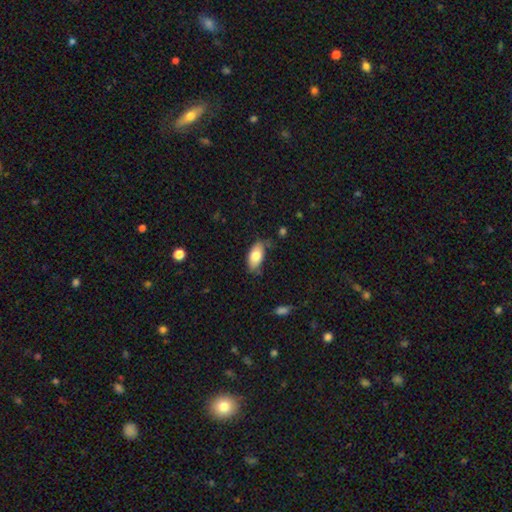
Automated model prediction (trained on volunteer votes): Smooth or featured?
  - smooth: 79% *
  - featured or disk: 15%
  - star or artifact: 7%
How rounded?
  - in between: 92% *
  - cigar-shaped: 5%
  - round: 3%
Merging?
  - none: 64% *
  - minor disturbance: 27%
  - major disturbance: 6%
  - merger: 3%